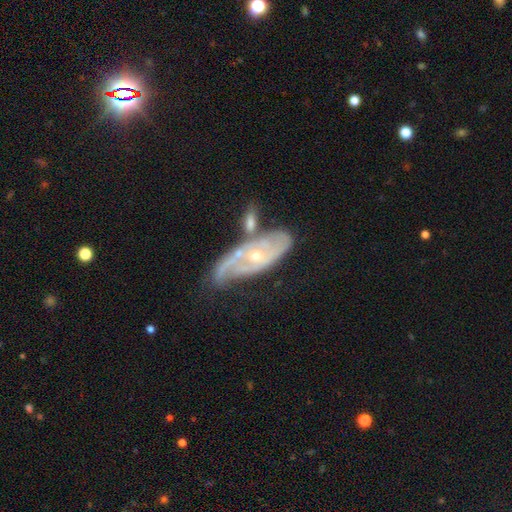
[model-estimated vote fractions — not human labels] smooth-or-featured: featured or disk: 81% | smooth: 13% | star or artifact: 6%
  disk-edge-on: no: 89% | yes: 11%
    bar: no: 70% | weak: 24% | strong: 7%
    has-spiral-arms: yes: 87% | no: 13%
      spiral-winding: tight: 49% | medium: 36% | loose: 15%
      spiral-arm-count: 2: 45% | can't tell: 34% | 3: 8% | 1: 7% | 4: 3% | more than 4: 2%
    bulge-size: small: 64% | moderate: 33% | none: 1% | large: 1% | dominant: 1%
  merging: none: 39% | merger: 27% | minor disturbance: 22% | major disturbance: 12%